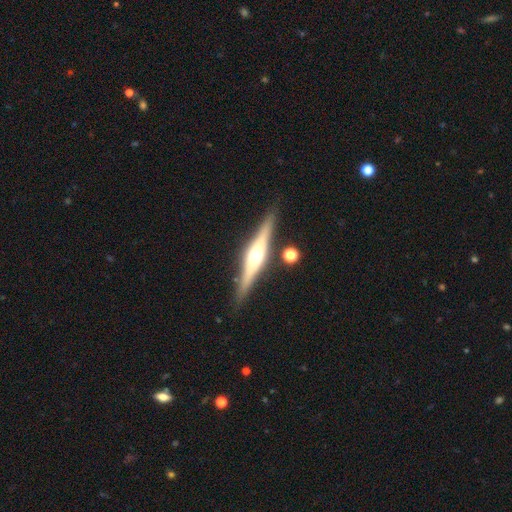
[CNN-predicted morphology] smooth_or_featured: featured or disk (p=0.77) [alt: smooth p=0.17]
disk_edge_on: yes (p=0.97) [alt: no p=0.03]
edge_on_bulge: rounded (p=0.88) [alt: boxy p=0.09]
merging: none (p=0.86) [alt: minor disturbance p=0.09]